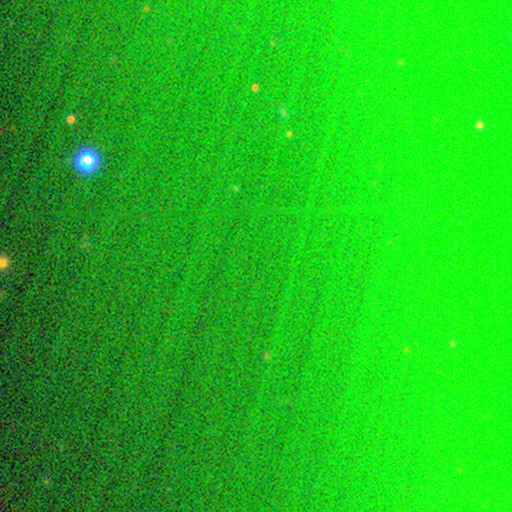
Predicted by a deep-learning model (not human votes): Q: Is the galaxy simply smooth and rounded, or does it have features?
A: star or artifact — 81%.